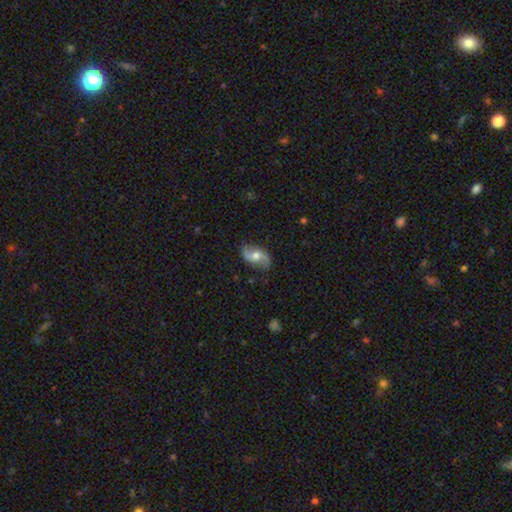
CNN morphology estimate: Q: Smooth or featured?
A: featured or disk (70%); runner-up: smooth (23%)
Q: Edge-on disk?
A: no (93%); runner-up: yes (7%)
Q: Bar?
A: no (58%); runner-up: weak (32%)
Q: Spiral arms?
A: yes (89%); runner-up: no (11%)
Q: Spiral winding?
A: loose (78%); runner-up: medium (16%)
Q: Spiral arm count?
A: 2 (92%); runner-up: can't tell (3%)
Q: Bulge size?
A: moderate (70%); runner-up: small (16%)
Q: Merging?
A: none (79%); runner-up: minor disturbance (15%)